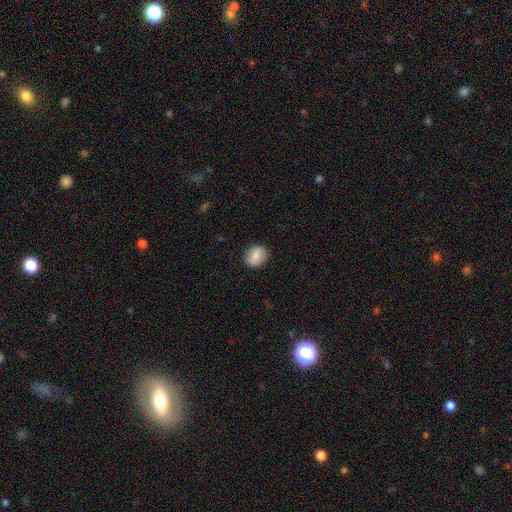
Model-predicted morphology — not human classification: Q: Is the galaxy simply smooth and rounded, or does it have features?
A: smooth — 83%.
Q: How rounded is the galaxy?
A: round — 60%.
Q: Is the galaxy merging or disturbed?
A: none — 88%.